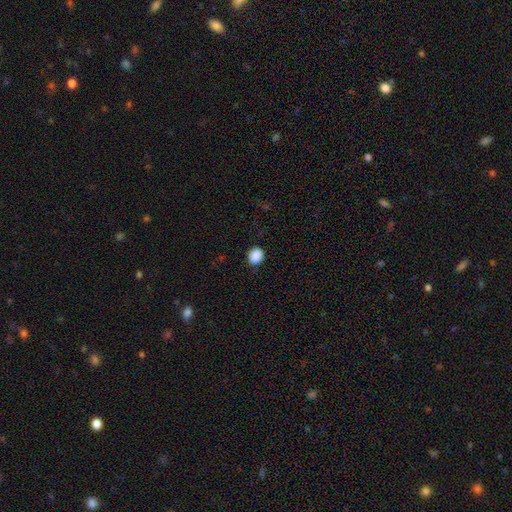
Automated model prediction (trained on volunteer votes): Smooth or featured?
  - smooth: 89% *
  - star or artifact: 9%
  - featured or disk: 3%
How rounded?
  - round: 67% *
  - in between: 32%
  - cigar-shaped: 1%
Merging?
  - none: 85% *
  - minor disturbance: 12%
  - major disturbance: 3%
  - merger: 1%